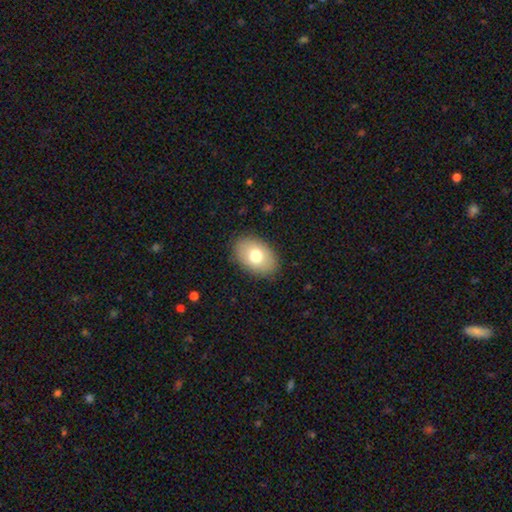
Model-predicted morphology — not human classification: A smooth galaxy with no disk features (74%) that is in between round and cigar-shaped (84%).

Vote fractions:
- Smooth or featured? smooth: 74% / featured or disk: 18% / star or artifact: 8%
- How rounded? in between: 84% / round: 15% / cigar-shaped: 1%
- Merging? none: 86% / minor disturbance: 10% / major disturbance: 3% / merger: 1%